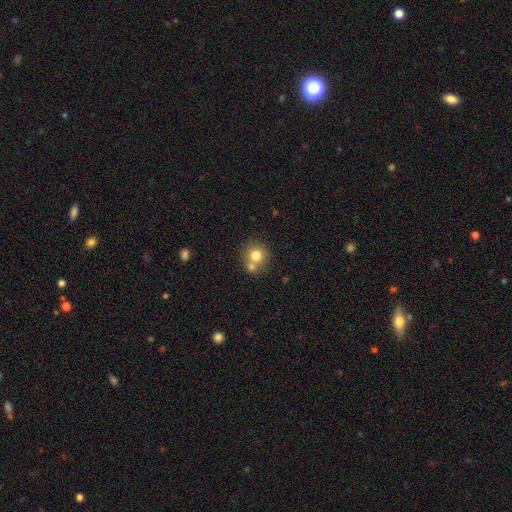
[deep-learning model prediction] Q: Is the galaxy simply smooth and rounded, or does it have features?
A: smooth — 77%.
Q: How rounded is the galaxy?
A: round — 88%.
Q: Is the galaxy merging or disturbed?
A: none — 54%.